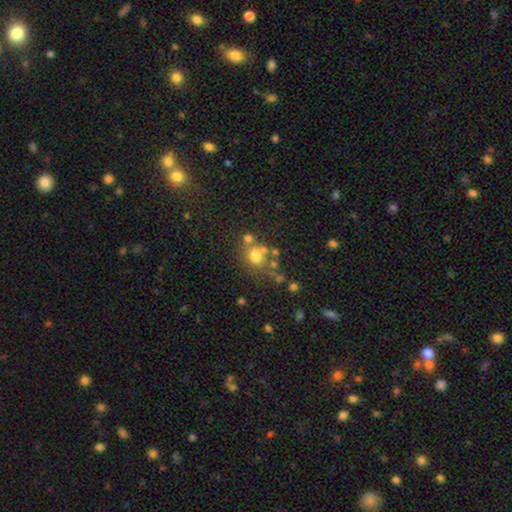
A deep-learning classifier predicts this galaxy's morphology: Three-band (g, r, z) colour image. It shows a smooth galaxy with no disk features (67%) that is round (71%). Merging: none (53%).